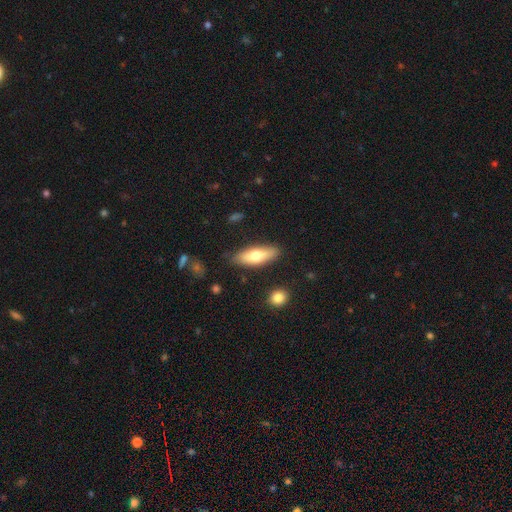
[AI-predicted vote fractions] A smooth galaxy with no disk features (66%) that is in between round and cigar-shaped (58%). Merging: none (83%).